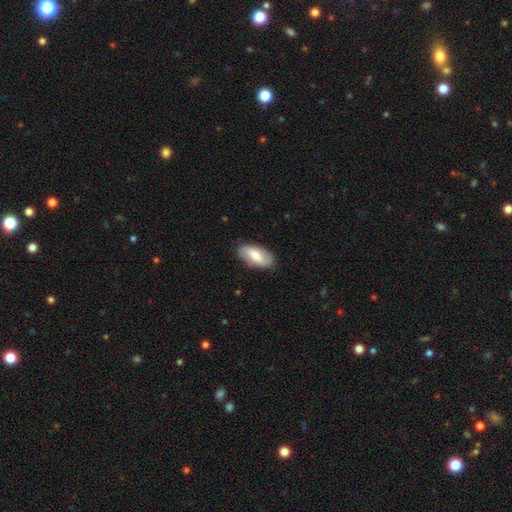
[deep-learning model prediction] This is possibly a featured or disk galaxy (48%). Merging: clearly none (85%).